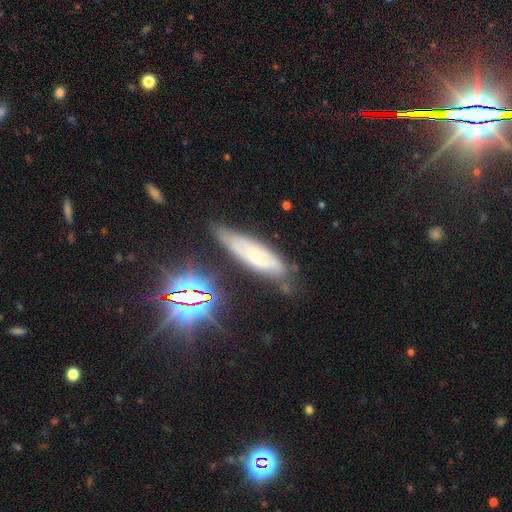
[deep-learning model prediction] The model was most divided on "smooth or featured": featured or disk: 51%, smooth: 33%, star or artifact: 16%. More confident: merging — none (64%); edge-on disk — no (64%).